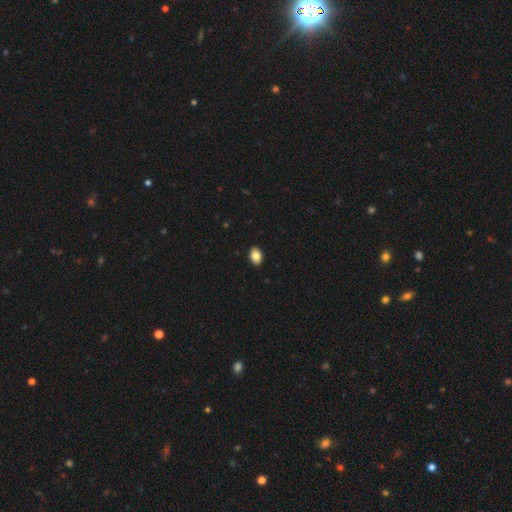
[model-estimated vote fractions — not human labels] smooth-or-featured: smooth: 85% | star or artifact: 8% | featured or disk: 7%
  how-rounded: in between: 79% | round: 19% | cigar-shaped: 1%
  merging: none: 91% | minor disturbance: 6% | major disturbance: 1% | merger: 1%